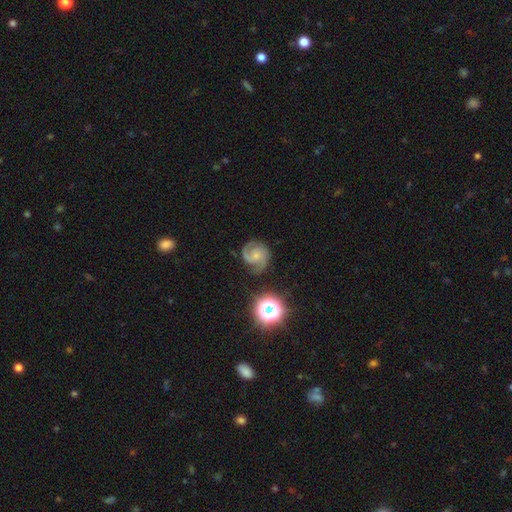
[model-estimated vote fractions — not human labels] The model was most divided on "spiral winding": medium: 48%, tight: 39%, loose: 13%. More confident: edge-on disk — no (98%); spiral arms — yes (97%); smooth or featured — featured or disk (80%); spiral arm count — 2 (76%); merging — none (70%); bar — no (69%); bulge size — small (61%).